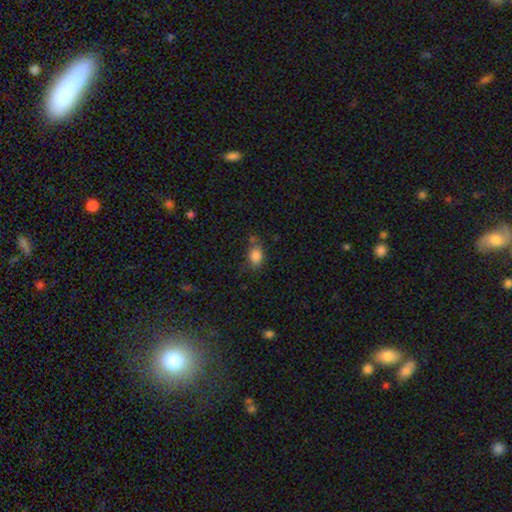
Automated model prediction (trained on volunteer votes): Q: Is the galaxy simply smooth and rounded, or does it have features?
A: smooth — 83%.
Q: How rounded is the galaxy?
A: in between — 69%.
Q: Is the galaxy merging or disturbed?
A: none — 59%.